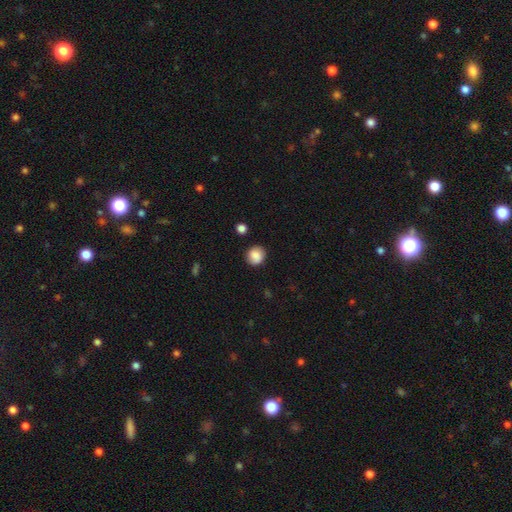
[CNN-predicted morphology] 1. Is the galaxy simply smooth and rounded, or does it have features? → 85% smooth, 9% star or artifact, 6% featured or disk.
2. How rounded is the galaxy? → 86% round, 13% in between, 1% cigar-shaped.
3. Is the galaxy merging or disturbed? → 85% none, 10% minor disturbance, 3% major disturbance, 2% merger.